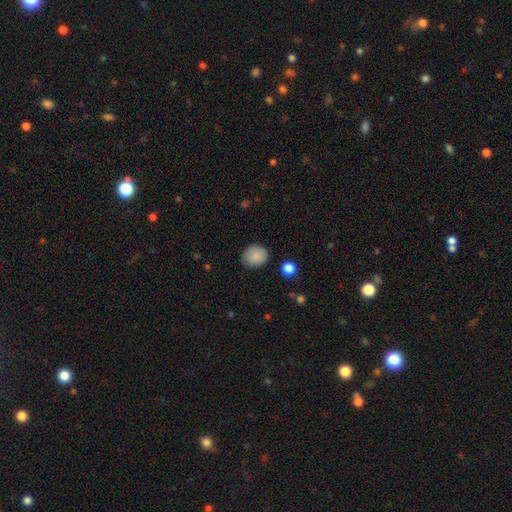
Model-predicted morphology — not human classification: Smooth or featured? smooth (87%)
How rounded? round (70%)
Merging? none (84%)